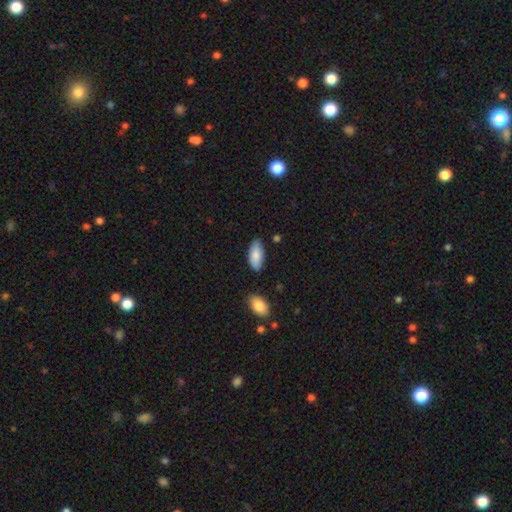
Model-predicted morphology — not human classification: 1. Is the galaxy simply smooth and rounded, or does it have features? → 84% smooth, 10% featured or disk, 6% star or artifact.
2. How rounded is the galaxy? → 90% in between, 8% cigar-shaped, 2% round.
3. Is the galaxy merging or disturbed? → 79% none, 16% minor disturbance, 3% merger, 3% major disturbance.